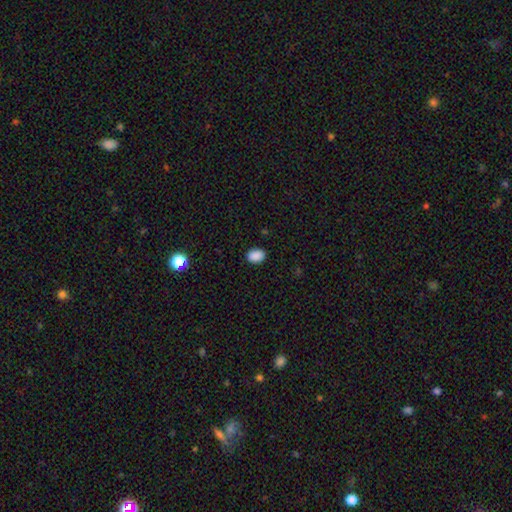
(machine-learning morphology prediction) smooth-or-featured: smooth: 89% | star or artifact: 9% | featured or disk: 2%
  how-rounded: in between: 73% | round: 26% | cigar-shaped: 1%
  merging: none: 89% | minor disturbance: 8% | major disturbance: 2% | merger: 1%